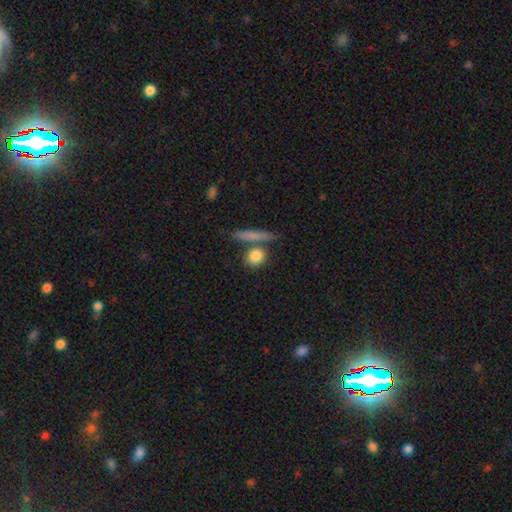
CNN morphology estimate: A smooth galaxy with no disk features (83%) that is round (66%).

Vote fractions:
- Smooth or featured? smooth: 83% / featured or disk: 10% / star or artifact: 7%
- How rounded? round: 66% / in between: 21% / cigar-shaped: 13%
- Merging? none: 67% / merger: 18% / minor disturbance: 11% / major disturbance: 4%